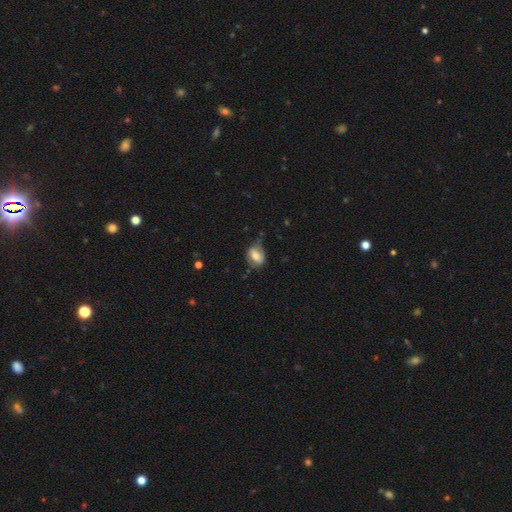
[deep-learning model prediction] This appears to be a smooth galaxy with no disk features (61%) that is in between round and cigar-shaped (62%). Merging: none (54%).